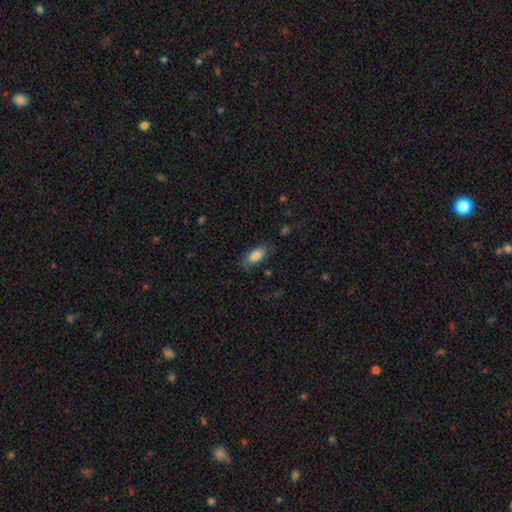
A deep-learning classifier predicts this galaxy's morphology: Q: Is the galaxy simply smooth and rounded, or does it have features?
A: smooth — 81%.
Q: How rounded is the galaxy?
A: in between — 86%.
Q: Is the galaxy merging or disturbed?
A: none — 79%.